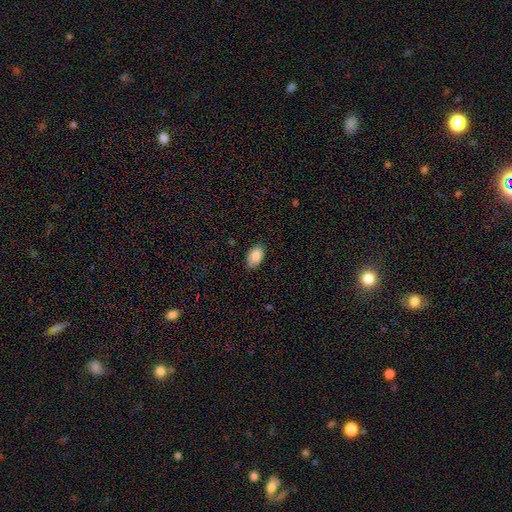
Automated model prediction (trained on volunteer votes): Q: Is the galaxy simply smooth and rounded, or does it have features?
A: smooth — 87%.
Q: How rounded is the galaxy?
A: in between — 92%.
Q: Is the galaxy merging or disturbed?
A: none — 84%.